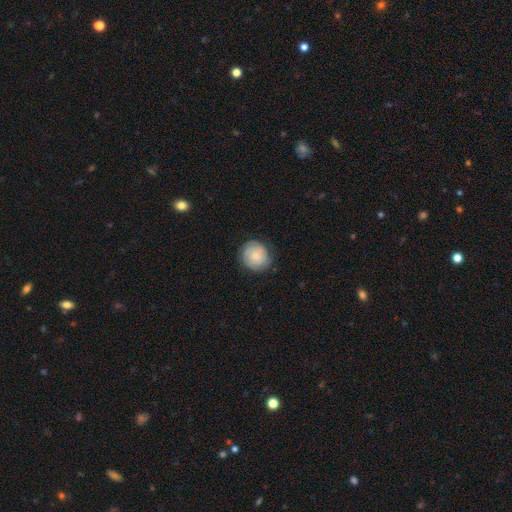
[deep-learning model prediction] Smooth or featured: smooth — 66% (featured or disk — 26%)
How rounded: round — 85% (in between — 14%)
Merging: none — 80% (minor disturbance — 15%)